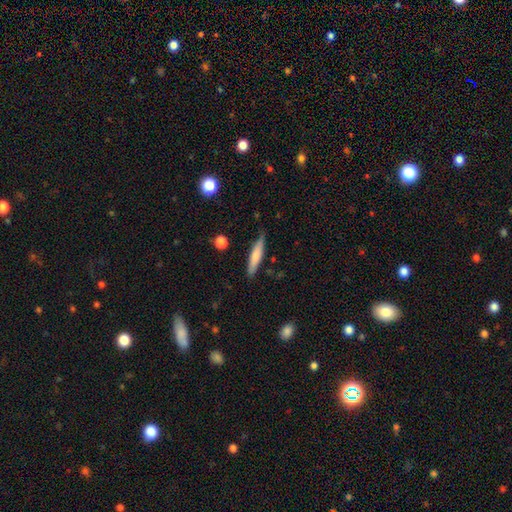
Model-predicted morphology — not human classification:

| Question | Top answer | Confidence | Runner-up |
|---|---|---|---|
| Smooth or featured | smooth | 67% | featured or disk (27%) |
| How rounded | cigar-shaped | 86% | in between (13%) |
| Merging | none | 81% | minor disturbance (15%) |